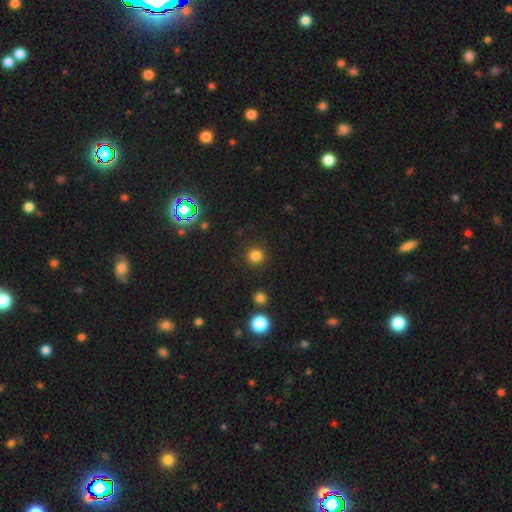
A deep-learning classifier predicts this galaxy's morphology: A smooth galaxy with no disk features (80%) that is round (94%).

Vote fractions:
- Smooth or featured? smooth: 80% / star or artifact: 15% / featured or disk: 4%
- How rounded? round: 94% / in between: 5% / cigar-shaped: 1%
- Merging? none: 91% / minor disturbance: 5% / major disturbance: 2% / merger: 2%